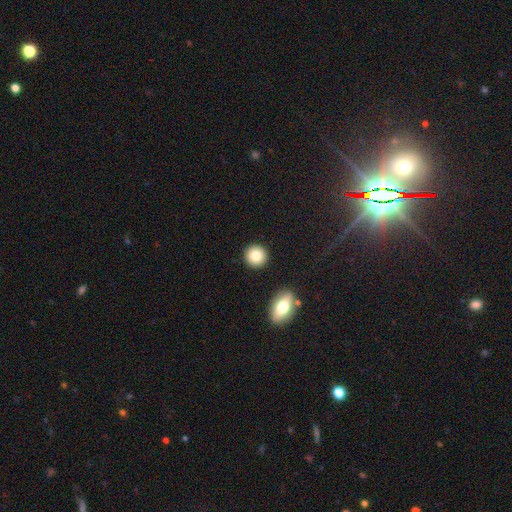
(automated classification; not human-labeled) The model was most divided on "smooth or featured": smooth: 83%, featured or disk: 9%, star or artifact: 9%. More confident: how rounded — round (92%); merging — none (89%).